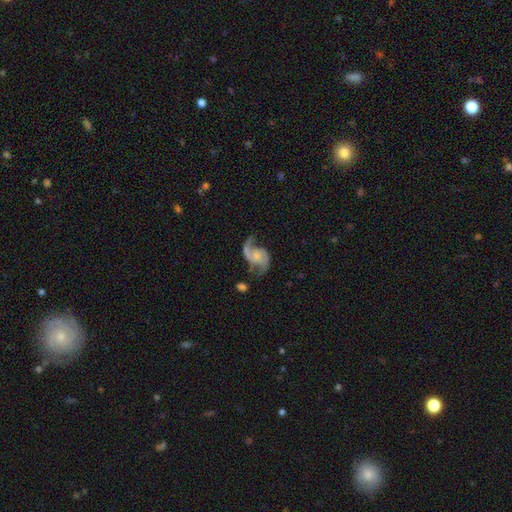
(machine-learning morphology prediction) Smooth or featured: featured or disk — 88% (smooth — 7%)
Edge-on disk: no — 98% (yes — 2%)
Bar: no — 65% (weak — 29%)
Spiral arms: yes — 97% (no — 3%)
Spiral winding: loose — 50% (medium — 41%)
Spiral arm count: 2 — 89% (1 — 5%)
Bulge size: small — 53% (moderate — 27%)
Merging: none — 63% (minor disturbance — 19%)